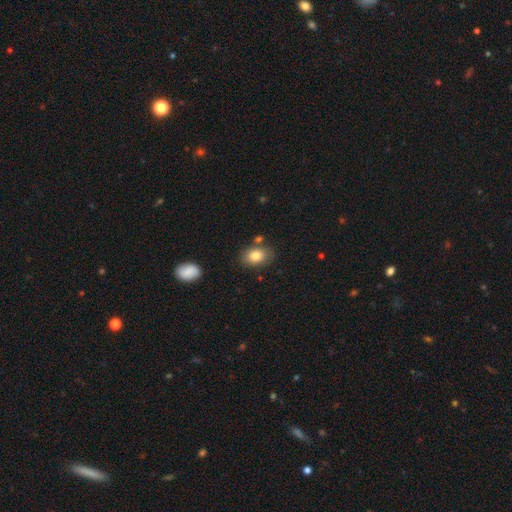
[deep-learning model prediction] Smooth or featured? Predicted: smooth (p=0.82). How rounded? Predicted: in between (p=0.81). Merging? Predicted: none (p=0.76).